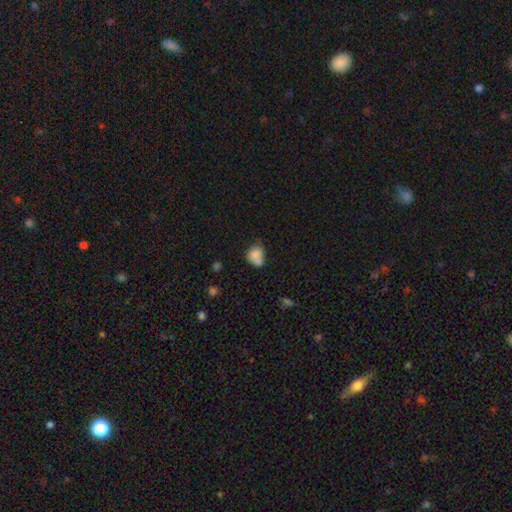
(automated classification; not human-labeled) This is likely a smooth galaxy (79%). How rounded: possibly round (51%). Merging: marginally merger (38%).